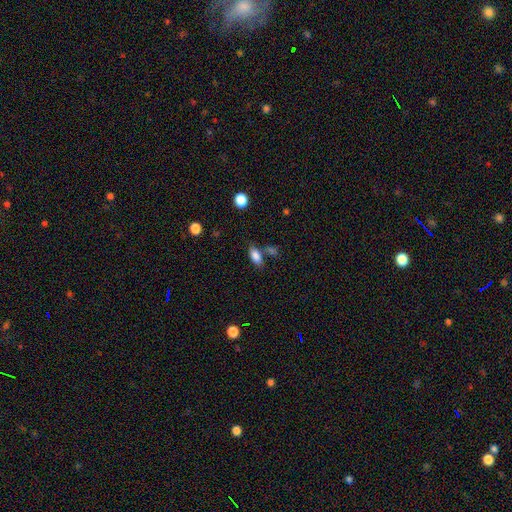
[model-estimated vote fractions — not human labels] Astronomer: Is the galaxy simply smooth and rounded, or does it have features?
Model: smooth — 83%.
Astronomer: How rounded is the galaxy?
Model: in between — 86%.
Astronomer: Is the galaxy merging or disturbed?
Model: none — 62%.